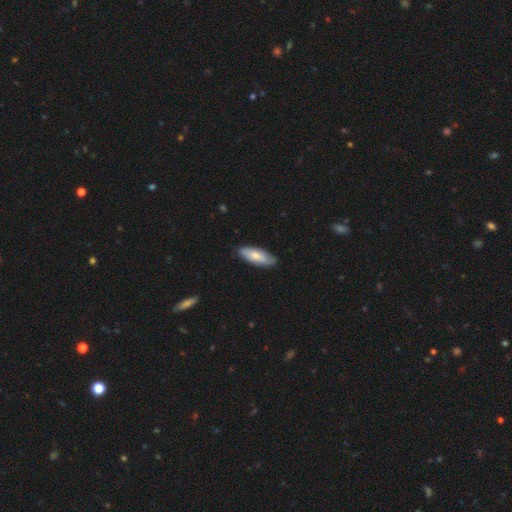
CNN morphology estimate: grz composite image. It shows a smooth galaxy with no disk features (73%) that is in between round and cigar-shaped (69%). Merging: none (85%).